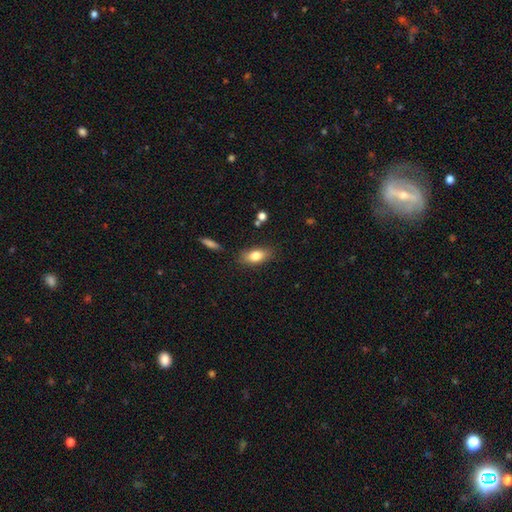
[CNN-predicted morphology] Smooth or featured? Predicted: smooth (p=0.79). How rounded? Predicted: in between (p=0.84). Merging? Predicted: none (p=0.82).